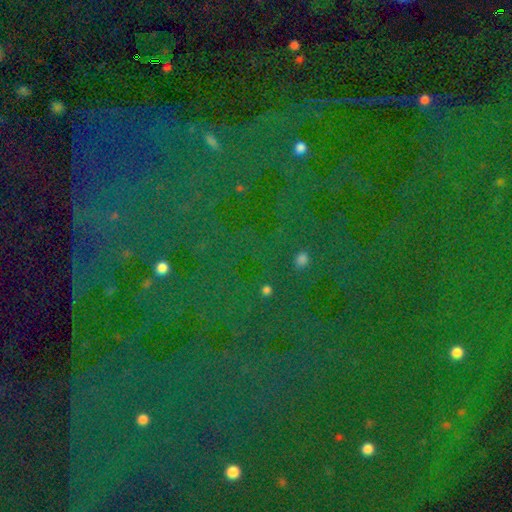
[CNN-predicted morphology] smooth_or_featured: star or artifact (p=0.83) [alt: smooth p=0.09]